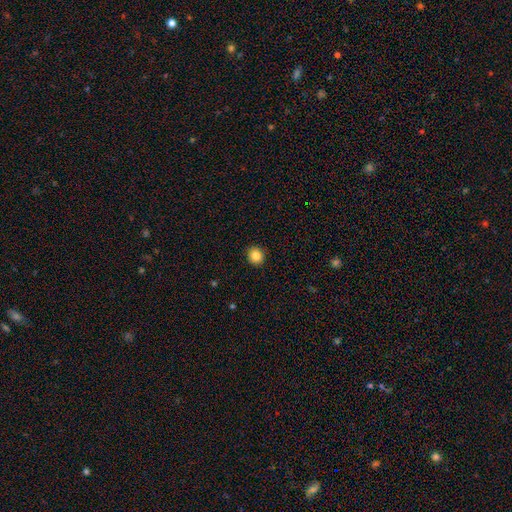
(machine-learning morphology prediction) A smooth galaxy with no disk features (84%) that is round (89%). Merging: none (92%).